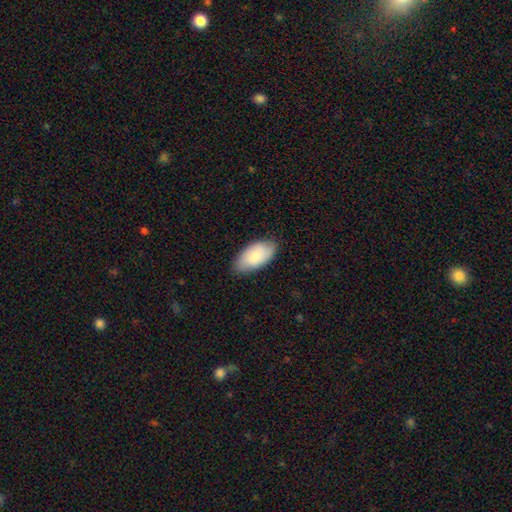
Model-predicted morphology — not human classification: type=smooth (80%); roundness=in between (95%); merging=none (82%).